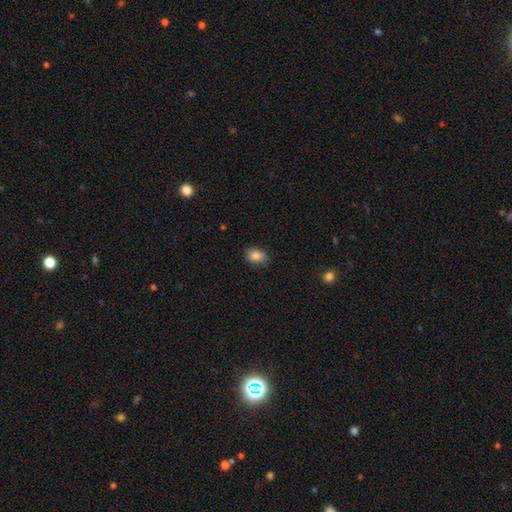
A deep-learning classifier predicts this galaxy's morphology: Smooth or featured? smooth (85%)
How rounded? in between (70%)
Merging? none (76%)